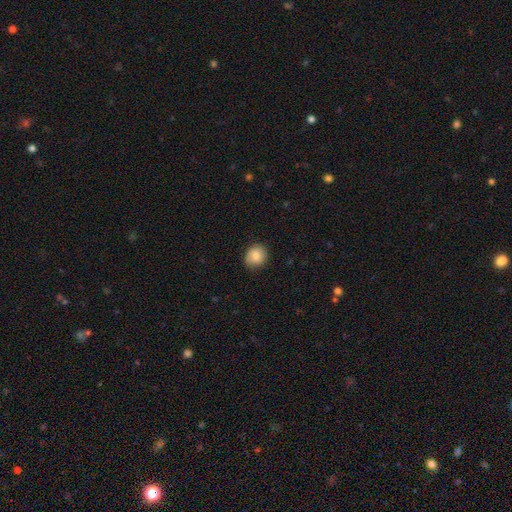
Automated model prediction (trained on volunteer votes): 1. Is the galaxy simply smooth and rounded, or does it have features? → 81% smooth, 11% featured or disk, 8% star or artifact.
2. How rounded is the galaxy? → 64% round, 35% in between, 1% cigar-shaped.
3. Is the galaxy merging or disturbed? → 74% none, 21% minor disturbance, 4% major disturbance, 1% merger.